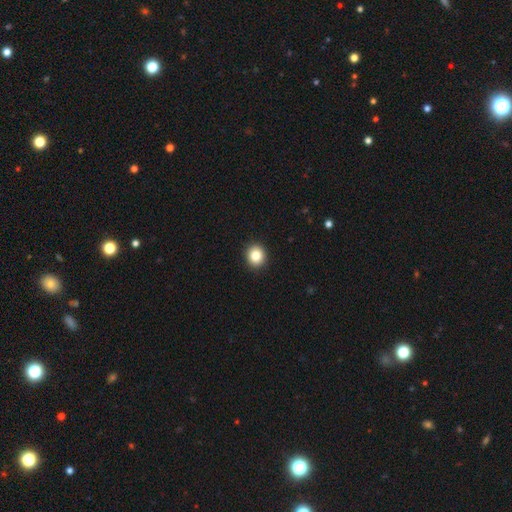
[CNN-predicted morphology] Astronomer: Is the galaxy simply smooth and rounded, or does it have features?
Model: smooth — 84%.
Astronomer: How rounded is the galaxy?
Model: round — 84%.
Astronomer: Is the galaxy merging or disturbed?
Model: none — 93%.